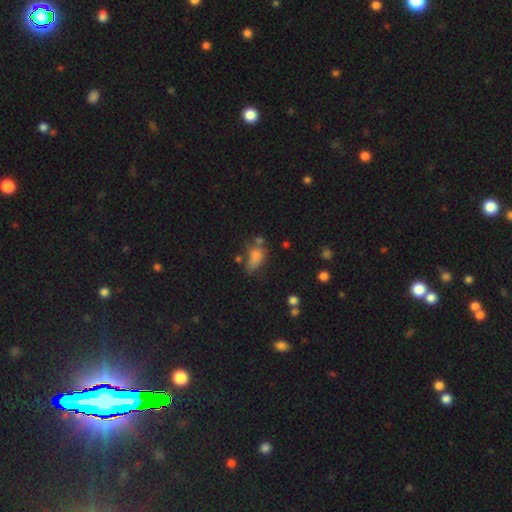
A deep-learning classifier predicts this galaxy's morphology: The model was most divided on "merging": none: 43%, minor disturbance: 27%, merger: 16%, major disturbance: 15%. More confident: how rounded — in between (81%); smooth or featured — smooth (72%).